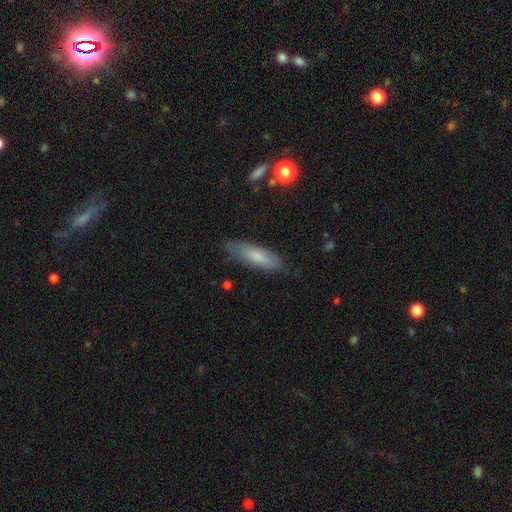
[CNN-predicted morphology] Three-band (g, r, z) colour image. It shows a smooth galaxy with no disk features (72%) that is cigar-shaped (56%). Merging: none (80%).